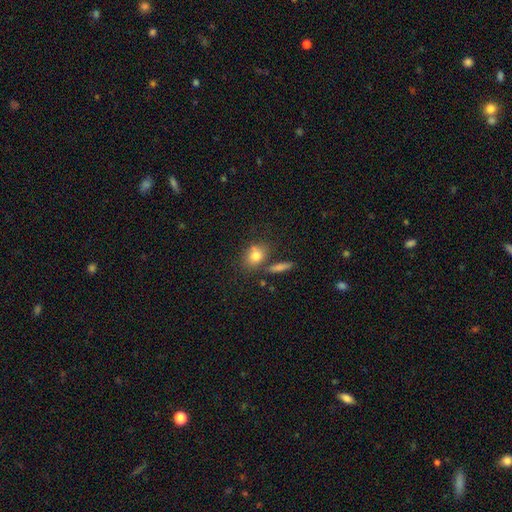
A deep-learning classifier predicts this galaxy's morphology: type=smooth (78%); roundness=in between (49%); merging=none (60%).